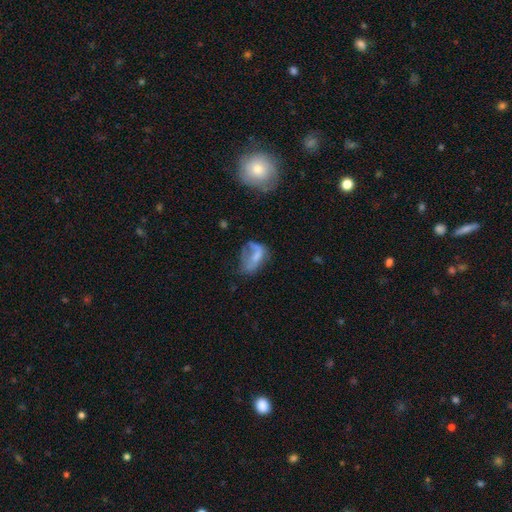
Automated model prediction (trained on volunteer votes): smooth-or-featured: smooth: 51% | featured or disk: 37% | star or artifact: 12%
  how-rounded: in between: 82% | round: 14% | cigar-shaped: 4%
  merging: major disturbance: 45% | minor disturbance: 25% | none: 24% | merger: 6%